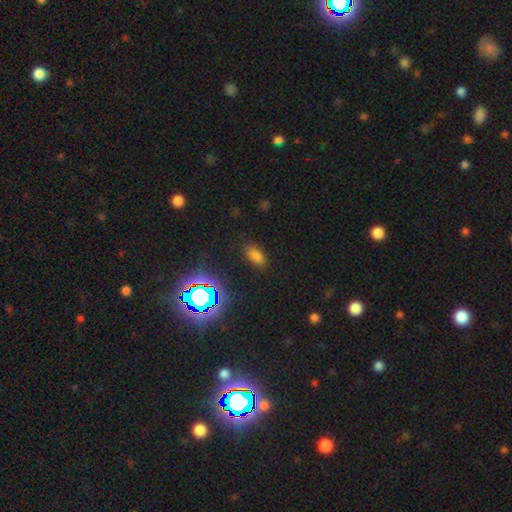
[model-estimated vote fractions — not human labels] This is likely a smooth galaxy (68%). How rounded: clearly in between (90%). Merging: clearly none (82%).